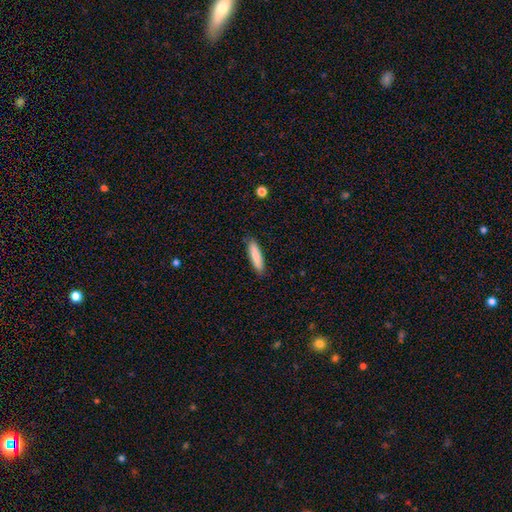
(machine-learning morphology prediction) A smooth galaxy with no disk features (87%) that is cigar-shaped (77%).

Vote fractions:
- Smooth or featured? smooth: 87% / featured or disk: 8% / star or artifact: 6%
- How rounded? cigar-shaped: 77% / in between: 22% / round: 1%
- Merging? none: 89% / minor disturbance: 9% / major disturbance: 2% / merger: 1%